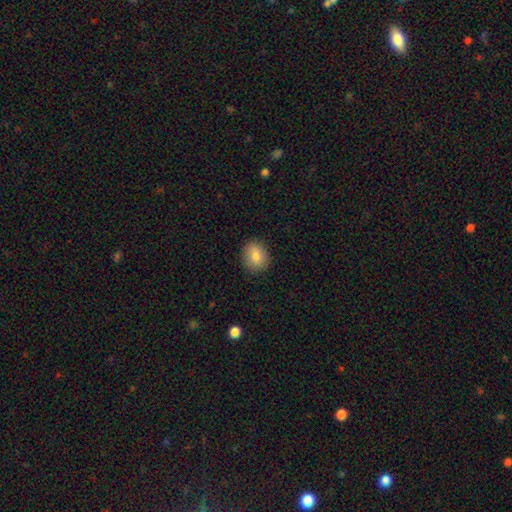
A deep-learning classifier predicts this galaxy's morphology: Smooth or featured: smooth — 82% (featured or disk — 10%)
How rounded: round — 67% (in between — 32%)
Merging: none — 87% (minor disturbance — 9%)